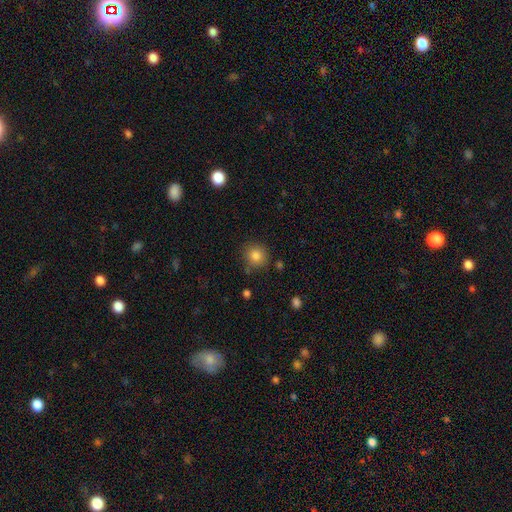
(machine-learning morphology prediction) smooth-or-featured: smooth: 84% | star or artifact: 10% | featured or disk: 6%
  how-rounded: round: 90% | in between: 9% | cigar-shaped: 1%
  merging: none: 82% | minor disturbance: 11% | merger: 4% | major disturbance: 3%